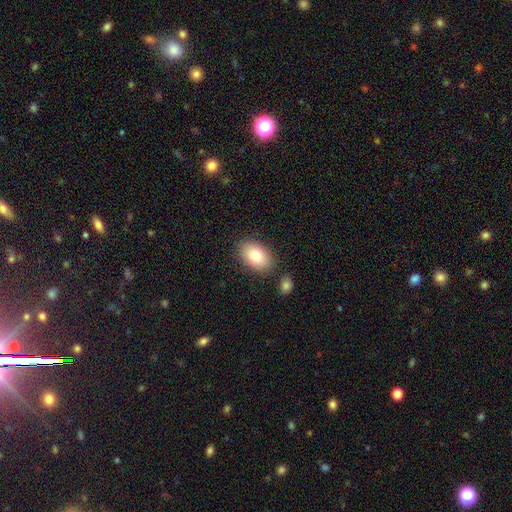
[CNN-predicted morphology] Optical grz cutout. It shows a smooth galaxy with no disk features (81%) that is in between round and cigar-shaped (87%). Merging: none (82%).